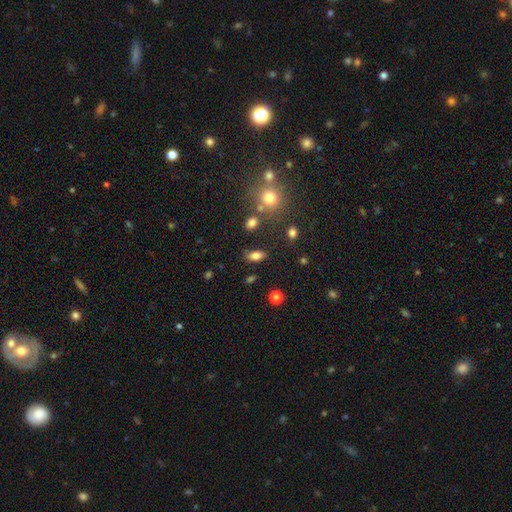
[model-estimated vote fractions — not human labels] Smooth or featured?
  - smooth: 79% *
  - star or artifact: 11%
  - featured or disk: 10%
How rounded?
  - in between: 87% *
  - round: 7%
  - cigar-shaped: 6%
Merging?
  - none: 74% *
  - minor disturbance: 16%
  - major disturbance: 5%
  - merger: 5%